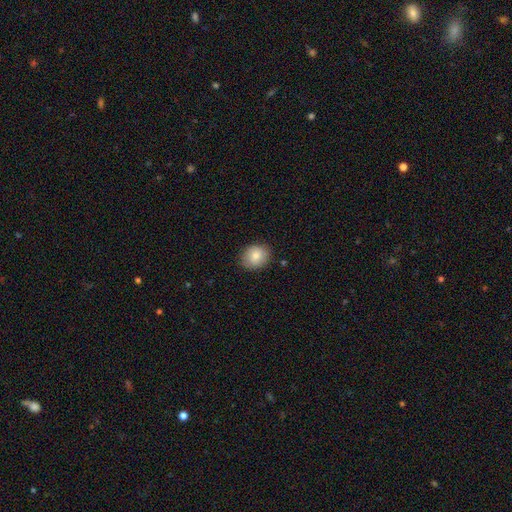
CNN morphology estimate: type=smooth (82%); roundness=round (62%); merging=none (86%).